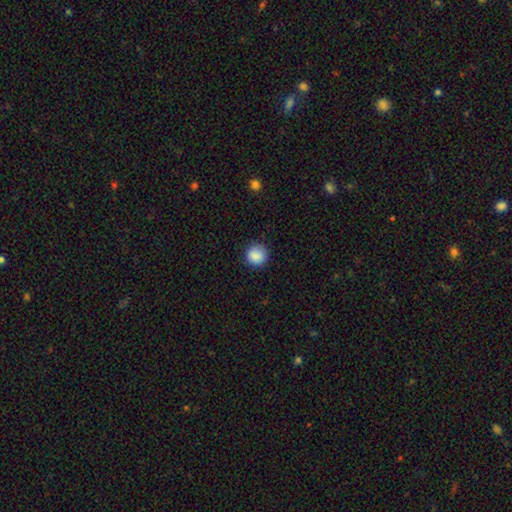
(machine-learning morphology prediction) smooth 88%, star or artifact 9%, featured or disk 3%. Down the decision tree: how rounded — round (91%); merging — none (87%).